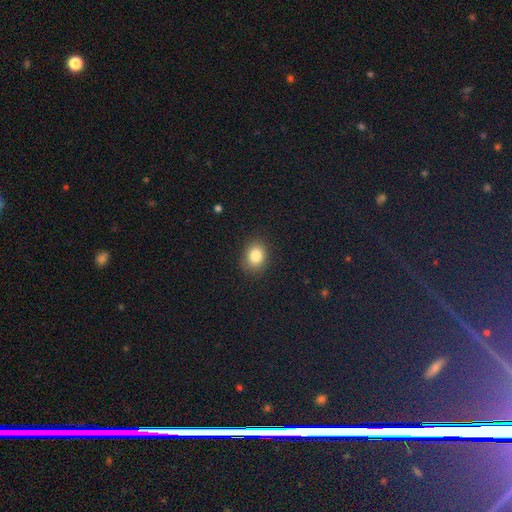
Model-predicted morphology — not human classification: Overall: smooth (83%). How rounded: round (51%; in between 48%). Merging: none (86%).